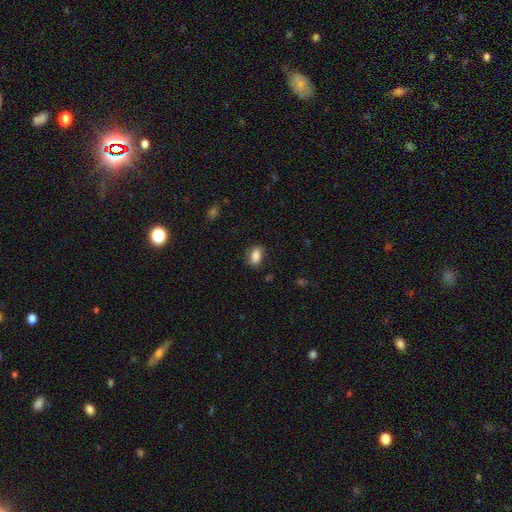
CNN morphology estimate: smooth_or_featured: smooth (p=0.86) [alt: star or artifact p=0.08]
how_rounded: in between (p=0.87) [alt: round p=0.10]
merging: none (p=0.78) [alt: minor disturbance p=0.16]